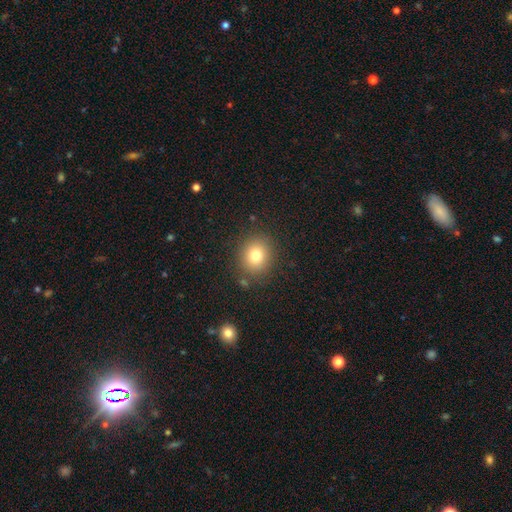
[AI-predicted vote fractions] Smooth or featured: smooth — 78% (star or artifact — 12%)
How rounded: round — 78% (in between — 21%)
Merging: none — 86% (minor disturbance — 9%)